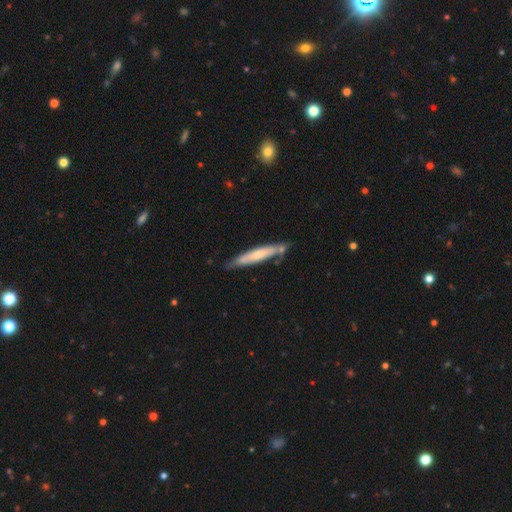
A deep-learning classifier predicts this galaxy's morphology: Q: Smooth or featured?
A: smooth (59%); runner-up: featured or disk (36%)
Q: How rounded?
A: cigar-shaped (92%); runner-up: in between (7%)
Q: Merging?
A: none (68%); runner-up: minor disturbance (20%)